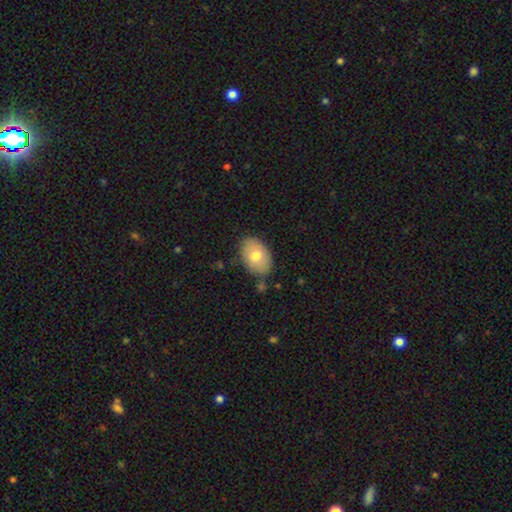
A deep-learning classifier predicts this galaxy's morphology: type=smooth (73%); roundness=in between (84%); merging=none (76%).